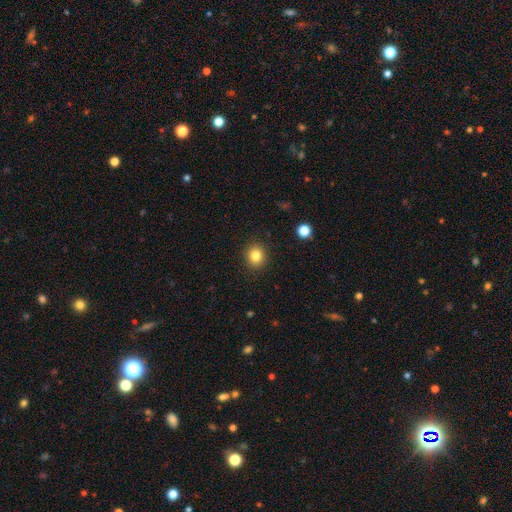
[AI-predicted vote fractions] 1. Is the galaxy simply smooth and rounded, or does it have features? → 83% smooth, 11% star or artifact, 6% featured or disk.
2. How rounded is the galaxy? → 80% round, 20% in between, 1% cigar-shaped.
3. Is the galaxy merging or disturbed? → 90% none, 6% minor disturbance, 2% major disturbance, 1% merger.